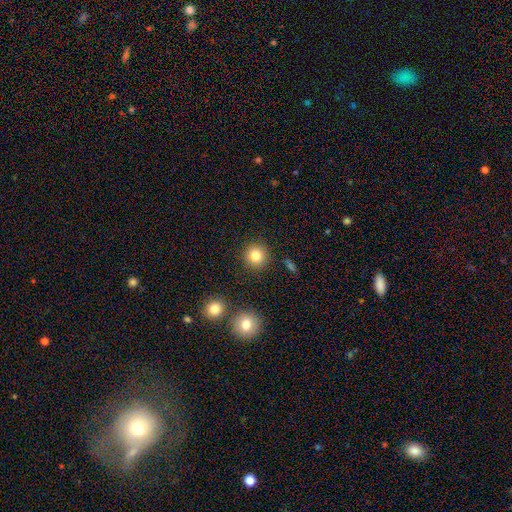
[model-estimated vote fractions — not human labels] Smooth or featured?
  - smooth: 82% *
  - star or artifact: 11%
  - featured or disk: 7%
How rounded?
  - round: 93% *
  - in between: 6%
  - cigar-shaped: 1%
Merging?
  - none: 89% *
  - minor disturbance: 6%
  - merger: 3%
  - major disturbance: 2%